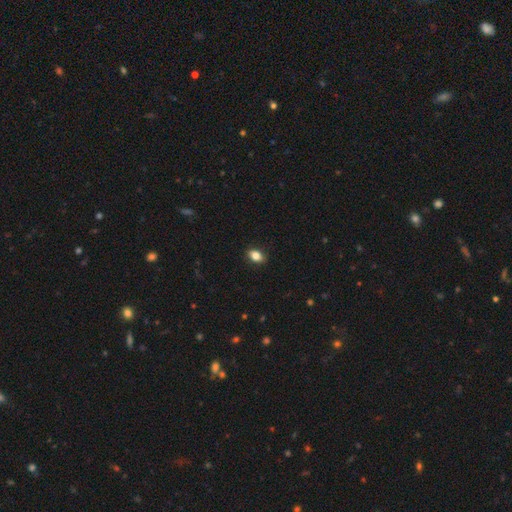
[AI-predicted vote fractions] smooth 84%, star or artifact 9%, featured or disk 7%. Down the decision tree: how rounded — in between (80%); merging — none (89%).